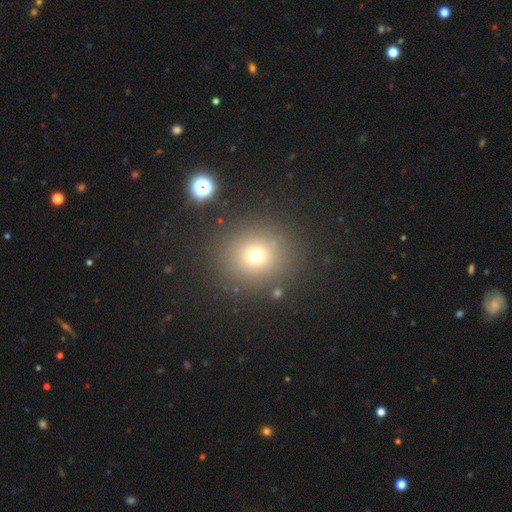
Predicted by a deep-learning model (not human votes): smooth-or-featured: smooth: 69% | star or artifact: 21% | featured or disk: 10%
  how-rounded: round: 86% | in between: 13% | cigar-shaped: 1%
  merging: none: 87% | minor disturbance: 7% | major disturbance: 4% | merger: 3%